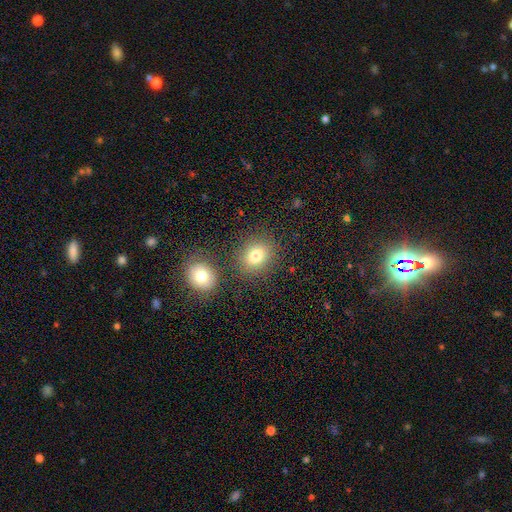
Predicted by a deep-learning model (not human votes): Smooth or featured? Predicted: smooth (p=0.79). How rounded? Predicted: round (p=0.65). Merging? Predicted: none (p=0.77).